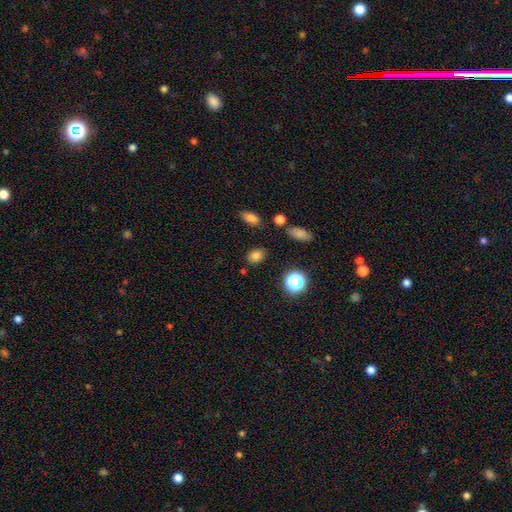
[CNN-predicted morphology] Q: Smooth or featured?
A: smooth (80%); runner-up: star or artifact (15%)
Q: How rounded?
A: in between (70%); runner-up: round (28%)
Q: Merging?
A: none (83%); runner-up: minor disturbance (10%)